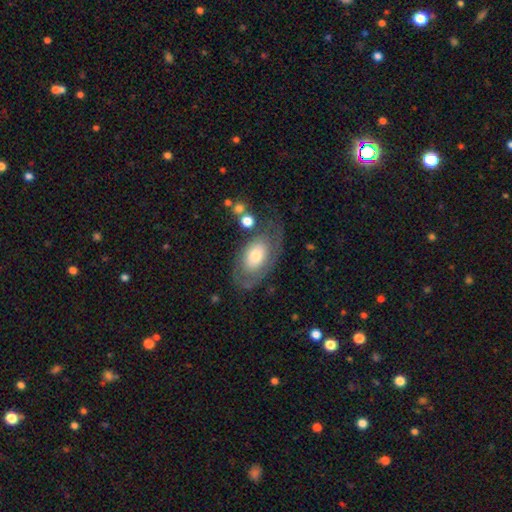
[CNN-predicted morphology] Q: Smooth or featured?
A: featured or disk (49%); runner-up: smooth (44%)
Q: Merging?
A: none (56%); runner-up: minor disturbance (22%)